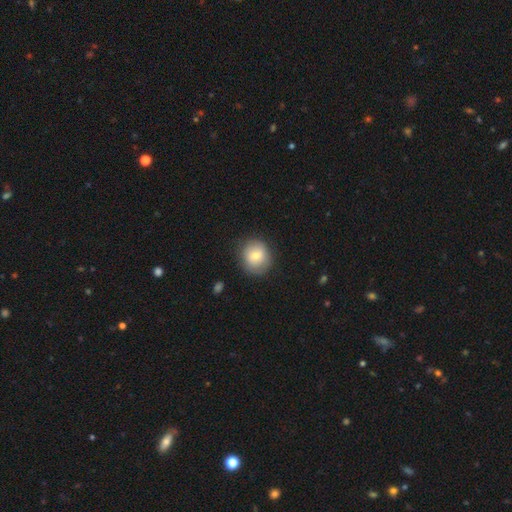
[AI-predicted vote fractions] smooth_or_featured: smooth (p=0.76) [alt: featured or disk p=0.16]
how_rounded: round (p=0.83) [alt: in between p=0.16]
merging: none (p=0.82) [alt: minor disturbance p=0.13]